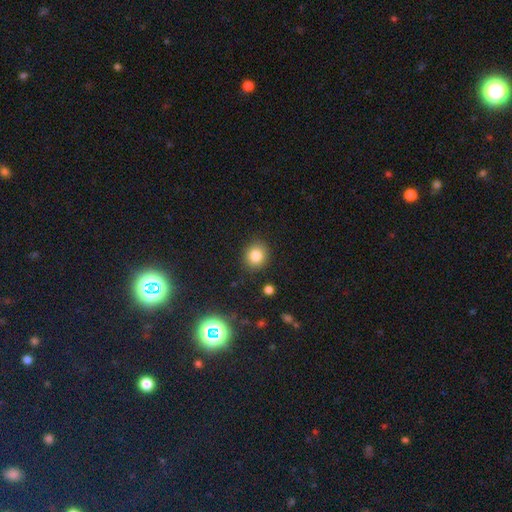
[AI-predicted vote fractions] A smooth galaxy with no disk features (83%) that is round (80%).

Vote fractions:
- Smooth or featured? smooth: 83% / star or artifact: 12% / featured or disk: 6%
- How rounded? round: 80% / in between: 19% / cigar-shaped: 1%
- Merging? none: 87% / minor disturbance: 8% / major disturbance: 3% / merger: 2%